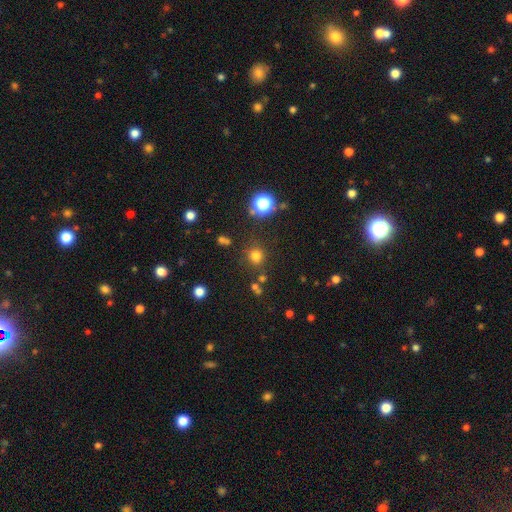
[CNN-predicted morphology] Smooth or featured? smooth (73%)
How rounded? round (88%)
Merging? none (80%)